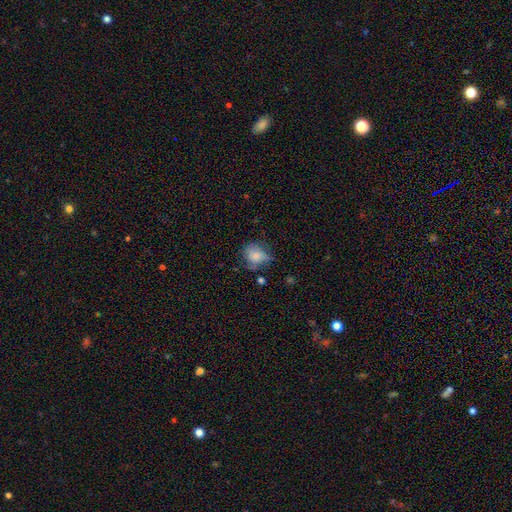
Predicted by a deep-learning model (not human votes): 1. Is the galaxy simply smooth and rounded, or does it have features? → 72% smooth, 19% featured or disk, 10% star or artifact.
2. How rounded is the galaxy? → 54% round, 45% in between, 1% cigar-shaped.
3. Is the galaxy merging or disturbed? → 45% none, 32% minor disturbance, 17% major disturbance, 5% merger.